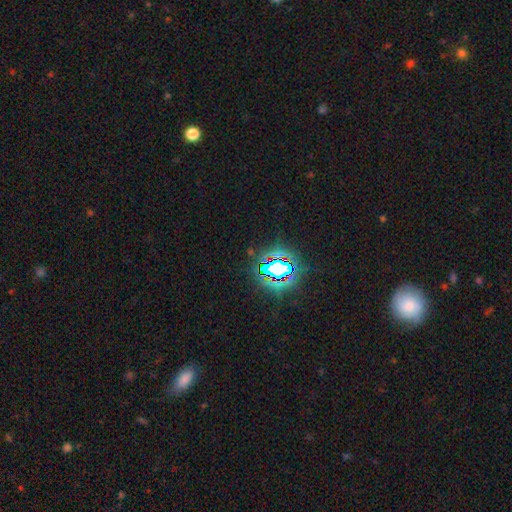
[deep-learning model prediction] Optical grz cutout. It shows a star or artifact, not a galaxy (80%).